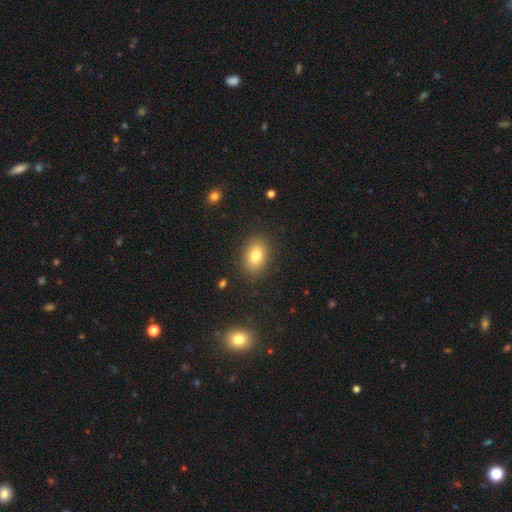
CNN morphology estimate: Overall: smooth (81%). How rounded: in between (80%). Merging: none (86%).